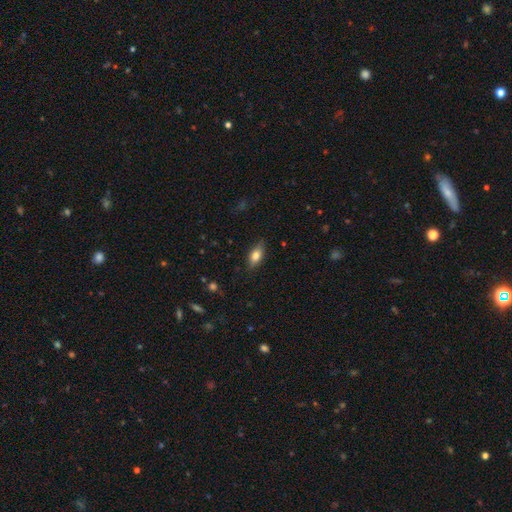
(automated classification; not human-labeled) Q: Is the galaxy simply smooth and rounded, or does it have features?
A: smooth — 75%.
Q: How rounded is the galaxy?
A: in between — 83%.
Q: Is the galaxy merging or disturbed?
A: none — 82%.